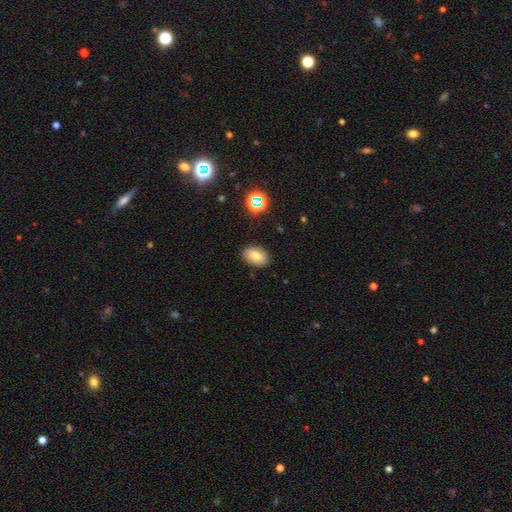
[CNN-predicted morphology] This appears to be a smooth galaxy with no disk features (73%) that is in between round and cigar-shaped (82%). Merging: none (86%).